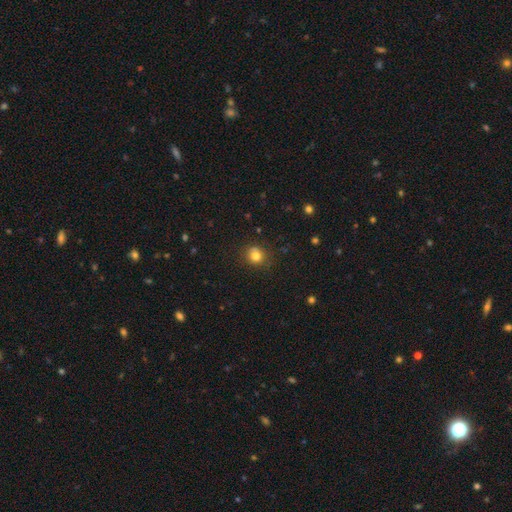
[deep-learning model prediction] A smooth galaxy with no disk features (80%) that is round (83%). Merging: none (80%).